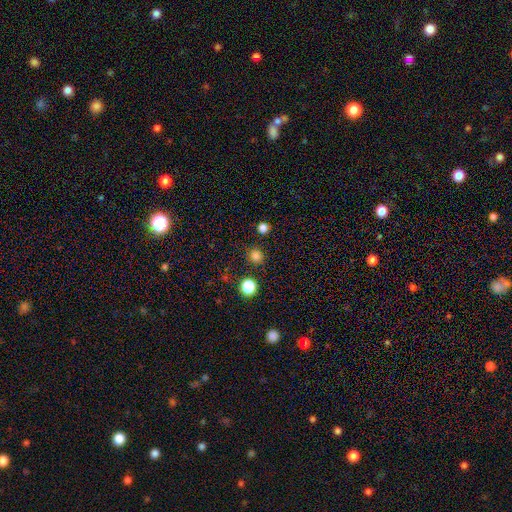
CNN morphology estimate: smooth 81%, star or artifact 16%, featured or disk 4%. Down the decision tree: how rounded — round (91%); merging — none (88%).